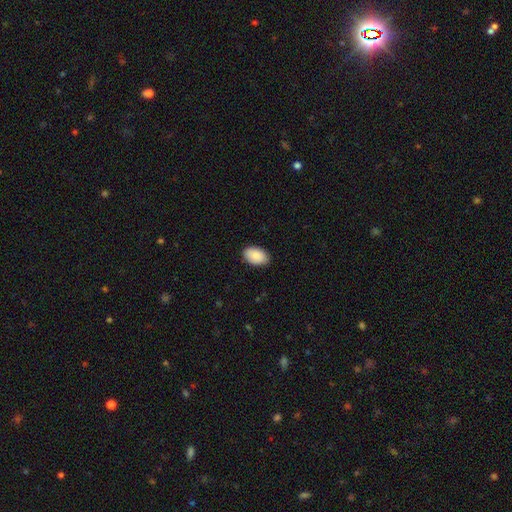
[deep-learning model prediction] Smooth or featured: smooth — 90% (star or artifact — 6%)
How rounded: in between — 91% (round — 7%)
Merging: none — 87% (minor disturbance — 10%)